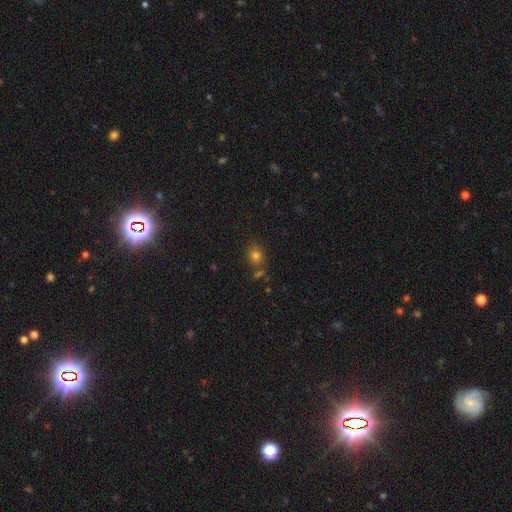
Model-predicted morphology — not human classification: A smooth galaxy with no disk features (75%) that is round (61%). Merging: none (71%).